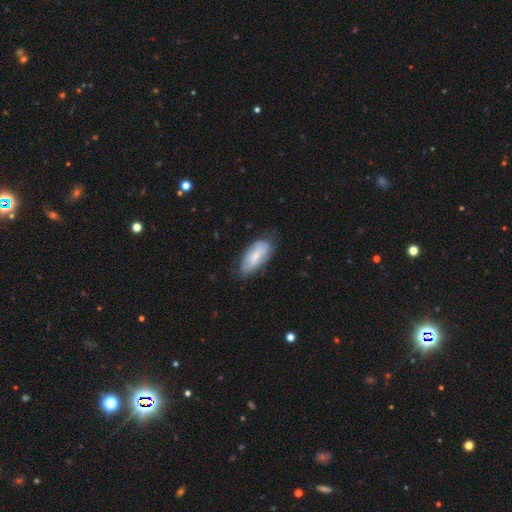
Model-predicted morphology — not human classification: Smooth or featured? smooth (53%)
How rounded? in between (85%)
Merging? none (65%)